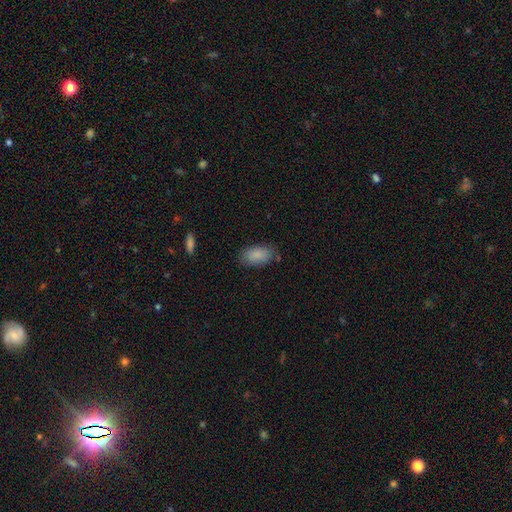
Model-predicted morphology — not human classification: smooth-or-featured: smooth: 88% | star or artifact: 7% | featured or disk: 6%
  how-rounded: in between: 93% | cigar-shaped: 3% | round: 3%
  merging: none: 78% | minor disturbance: 16% | major disturbance: 4% | merger: 2%